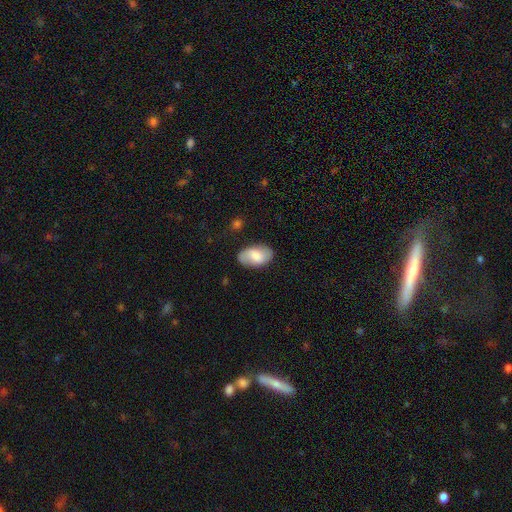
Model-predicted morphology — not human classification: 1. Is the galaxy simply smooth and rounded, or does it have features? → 65% smooth, 28% featured or disk, 7% star or artifact.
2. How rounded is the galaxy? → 94% in between, 5% round, 1% cigar-shaped.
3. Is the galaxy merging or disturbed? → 79% none, 16% minor disturbance, 4% major disturbance, 2% merger.